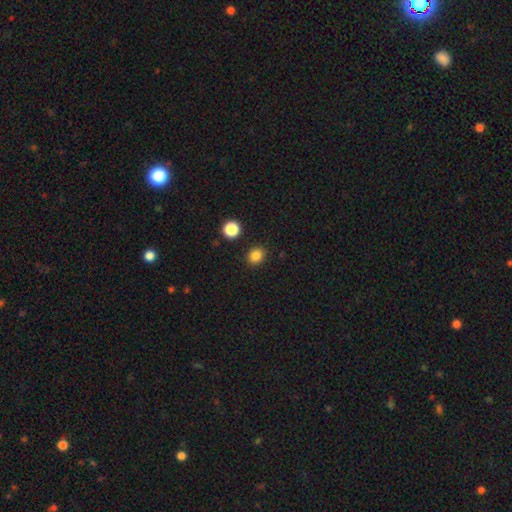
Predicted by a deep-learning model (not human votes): smooth 85%, star or artifact 12%, featured or disk 4%. Down the decision tree: how rounded — round (64%); merging — none (88%).